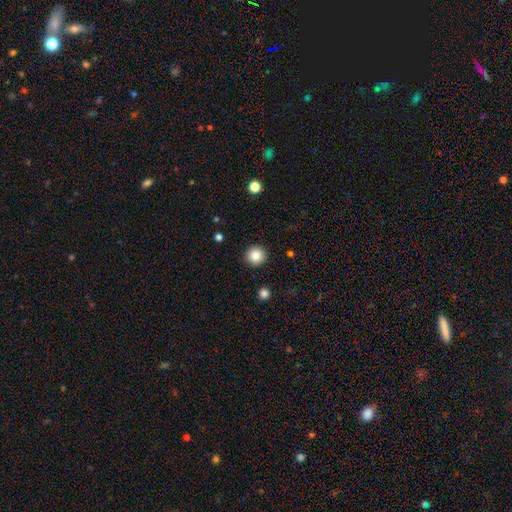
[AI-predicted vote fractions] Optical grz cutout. It shows a smooth galaxy with no disk features (85%) that is round (96%). Merging: none (92%).